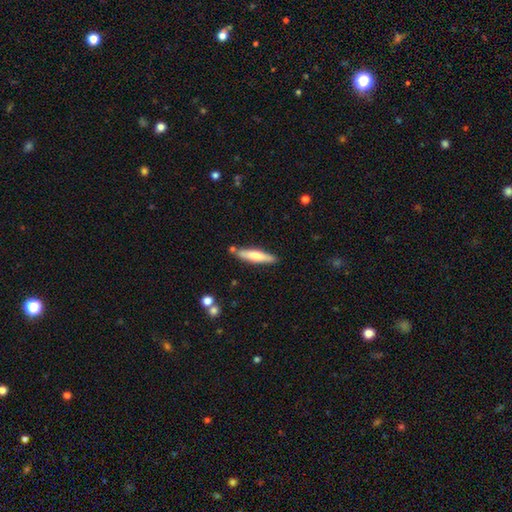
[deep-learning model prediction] smooth-or-featured: smooth: 62% | featured or disk: 33% | star or artifact: 5%
  how-rounded: cigar-shaped: 84% | in between: 14% | round: 1%
  merging: none: 82% | minor disturbance: 12% | merger: 5% | major disturbance: 2%